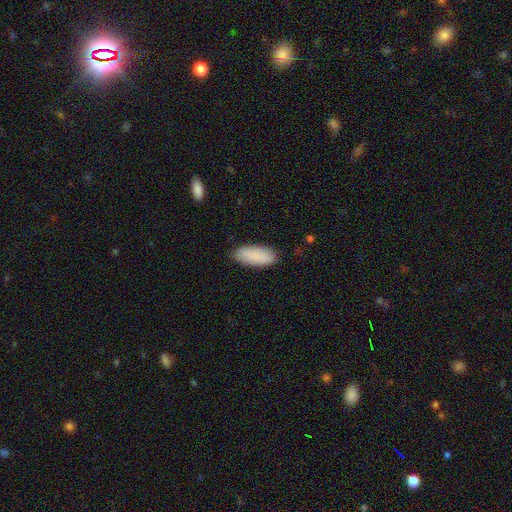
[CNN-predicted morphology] Smooth or featured?
  - smooth: 88% *
  - star or artifact: 6%
  - featured or disk: 6%
How rounded?
  - in between: 76% *
  - cigar-shaped: 22%
  - round: 2%
Merging?
  - none: 86% *
  - minor disturbance: 11%
  - major disturbance: 2%
  - merger: 1%